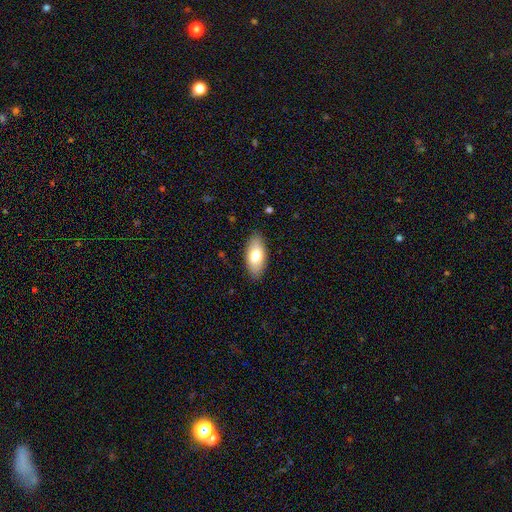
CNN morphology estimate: smooth 73%, featured or disk 21%, star or artifact 6%. Down the decision tree: how rounded — in between (89%); merging — none (87%).